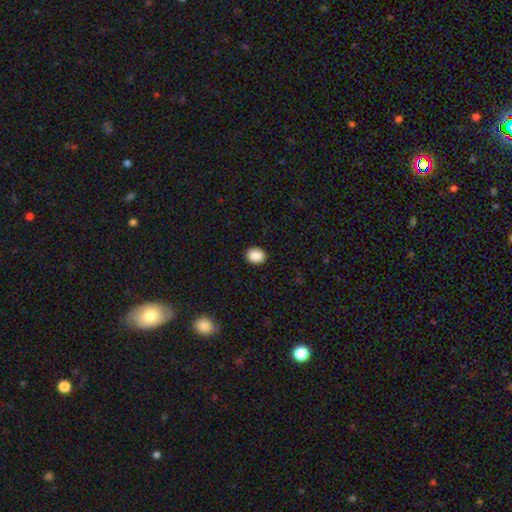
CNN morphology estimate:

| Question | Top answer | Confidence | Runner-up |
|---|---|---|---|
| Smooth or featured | smooth | 89% | star or artifact (8%) |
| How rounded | in between | 50% | round (49%) |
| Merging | none | 91% | minor disturbance (6%) |